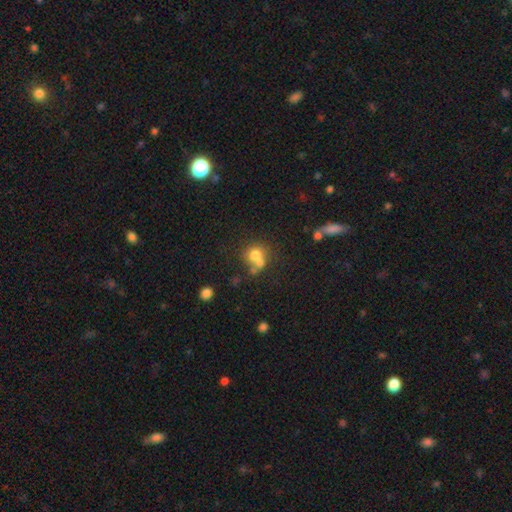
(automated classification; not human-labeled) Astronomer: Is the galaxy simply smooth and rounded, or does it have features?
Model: smooth — 70%.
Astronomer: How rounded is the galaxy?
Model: round — 81%.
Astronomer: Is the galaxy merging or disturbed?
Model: merger — 45% (runner-up: none, 40%).